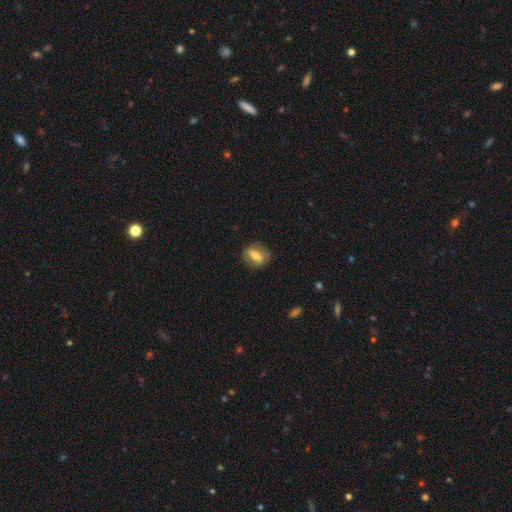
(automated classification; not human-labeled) The model was most divided on "smooth or featured": smooth: 53%, featured or disk: 39%, star or artifact: 8%. More confident: merging — none (80%); how rounded — in between (59%).